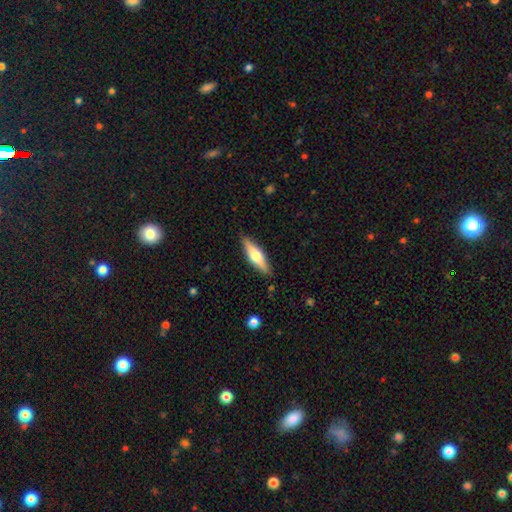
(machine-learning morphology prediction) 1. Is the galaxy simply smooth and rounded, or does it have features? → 48% featured or disk, 47% smooth, 5% star or artifact.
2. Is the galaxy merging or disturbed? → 88% none, 9% minor disturbance, 2% major disturbance, 1% merger.